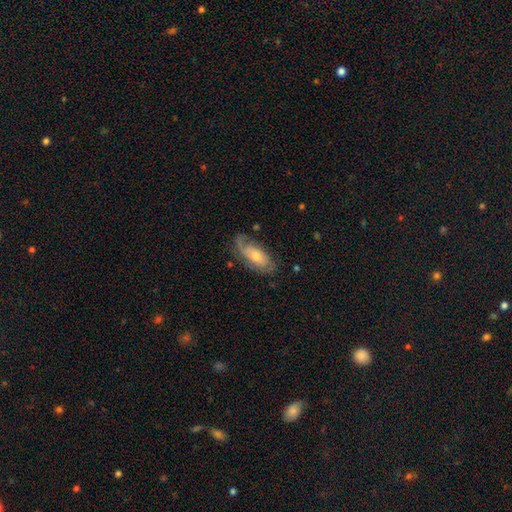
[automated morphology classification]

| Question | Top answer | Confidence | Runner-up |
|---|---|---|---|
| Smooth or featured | featured or disk | 58% | smooth (35%) |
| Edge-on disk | no | 86% | yes (14%) |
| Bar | no | 72% | weak (23%) |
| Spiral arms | yes | 80% | no (20%) |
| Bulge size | moderate | 52% | small (39%) |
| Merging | none | 64% | minor disturbance (23%) |